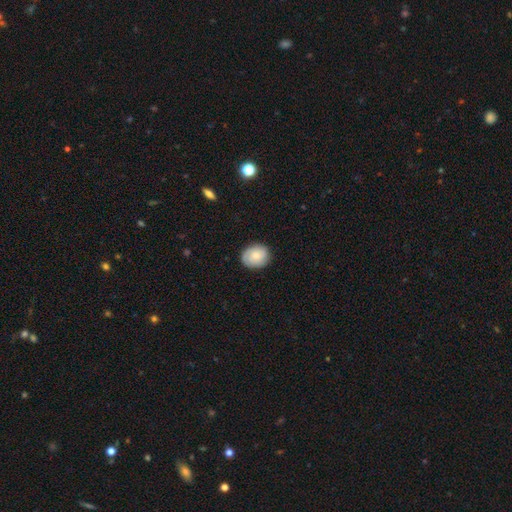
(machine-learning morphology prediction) Q: Smooth or featured?
A: smooth (60%); runner-up: featured or disk (33%)
Q: How rounded?
A: round (58%); runner-up: in between (41%)
Q: Merging?
A: none (84%); runner-up: minor disturbance (12%)